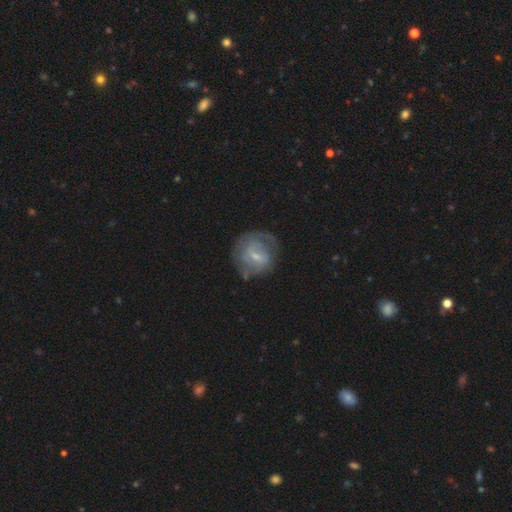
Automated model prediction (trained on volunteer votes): Q: Smooth or featured?
A: featured or disk (60%); runner-up: smooth (32%)
Q: Edge-on disk?
A: no (96%); runner-up: yes (4%)
Q: Bar?
A: weak (57%); runner-up: no (27%)
Q: Spiral arms?
A: yes (69%); runner-up: no (31%)
Q: Bulge size?
A: small (59%); runner-up: moderate (31%)
Q: Merging?
A: none (56%); runner-up: minor disturbance (23%)